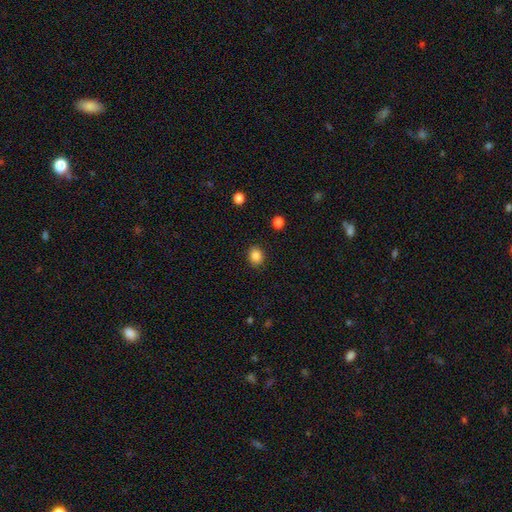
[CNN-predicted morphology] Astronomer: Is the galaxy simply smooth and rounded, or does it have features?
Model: smooth — 86%.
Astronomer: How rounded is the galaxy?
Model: round — 63%.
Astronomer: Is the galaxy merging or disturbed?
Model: none — 88%.